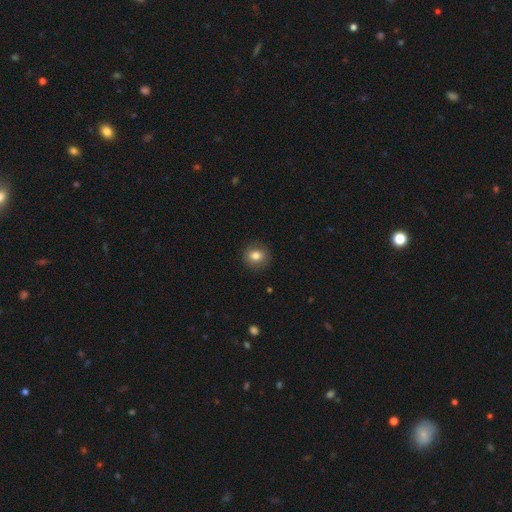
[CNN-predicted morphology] This appears to be a smooth galaxy with no disk features (80%) that is round (79%). Merging: none (87%).